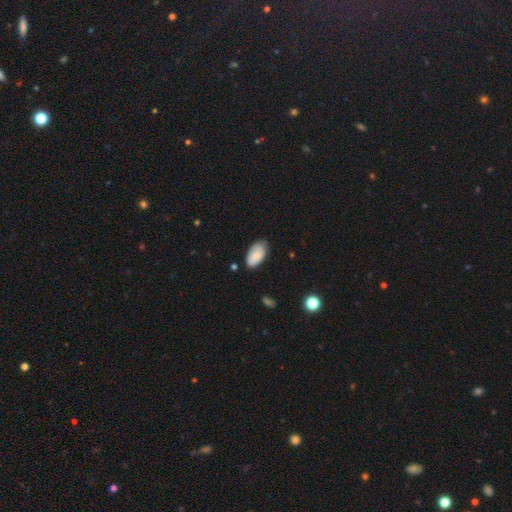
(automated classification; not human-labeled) This is clearly a smooth galaxy (85%). How rounded: clearly in between (95%). Merging: likely none (72%).